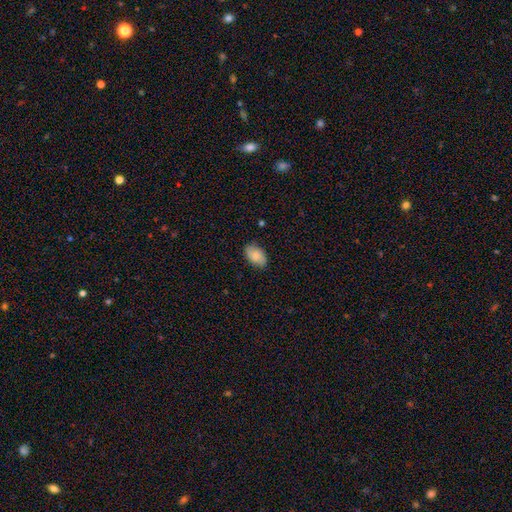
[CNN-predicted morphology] smooth-or-featured: smooth: 82% | featured or disk: 11% | star or artifact: 7%
  how-rounded: in between: 91% | round: 7% | cigar-shaped: 1%
  merging: none: 82% | minor disturbance: 15% | major disturbance: 3% | merger: 1%